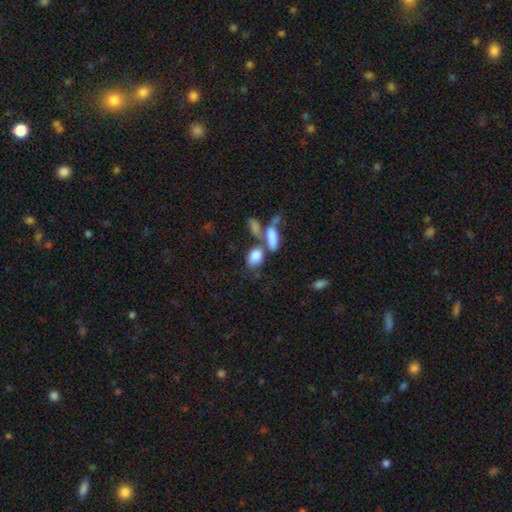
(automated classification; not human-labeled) The model was most divided on "merging": merger: 46%, none: 35%, minor disturbance: 11%, major disturbance: 8%. More confident: how rounded — in between (81%); smooth or featured — smooth (81%).